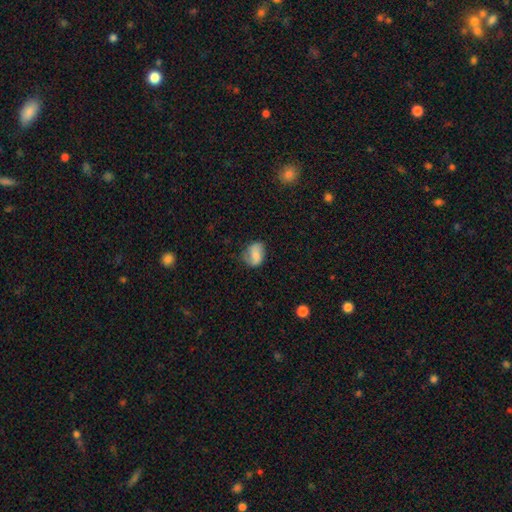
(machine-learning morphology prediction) The model was most divided on "merging": none: 57%, minor disturbance: 30%, major disturbance: 12%, merger: 2%. More confident: how rounded — in between (63%); smooth or featured — smooth (63%).